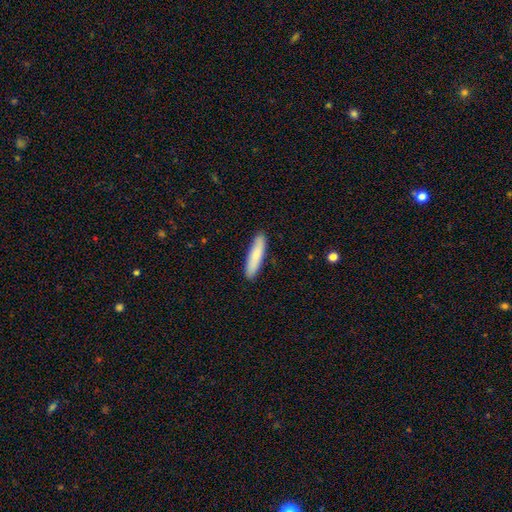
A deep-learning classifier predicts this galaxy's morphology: This is clearly a smooth galaxy (81%). How rounded: likely cigar-shaped (80%). Merging: clearly none (90%).